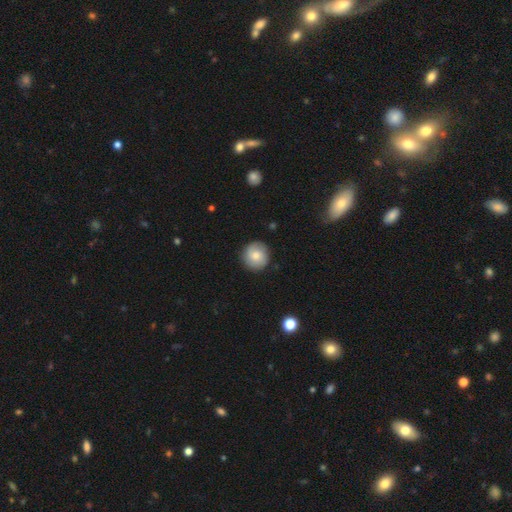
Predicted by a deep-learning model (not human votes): Q: Smooth or featured?
A: smooth (71%); runner-up: featured or disk (22%)
Q: How rounded?
A: round (91%); runner-up: in between (8%)
Q: Merging?
A: none (87%); runner-up: minor disturbance (10%)